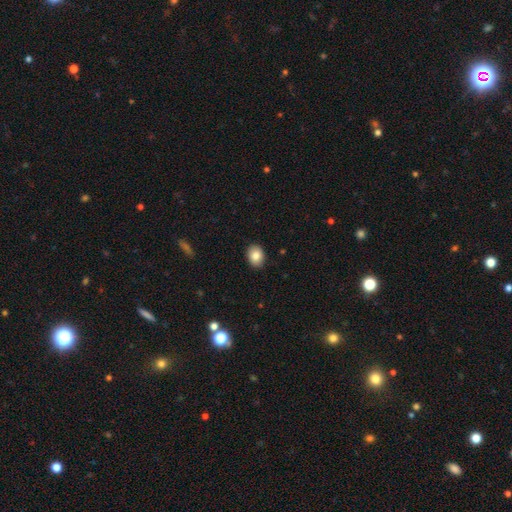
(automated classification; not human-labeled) smooth-or-featured: smooth: 85% | star or artifact: 8% | featured or disk: 7%
  how-rounded: in between: 68% | round: 31% | cigar-shaped: 1%
  merging: none: 89% | minor disturbance: 8% | major disturbance: 2% | merger: 1%